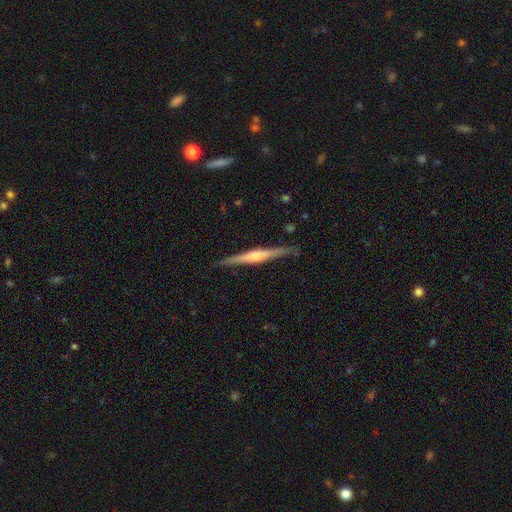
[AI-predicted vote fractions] Smooth or featured?
  - featured or disk: 75% *
  - smooth: 20%
  - star or artifact: 5%
Edge-on disk?
  - yes: 98% *
  - no: 2%
Edge-on bulge?
  - rounded: 75% *
  - boxy: 13%
  - none: 12%
Merging?
  - none: 89% *
  - minor disturbance: 8%
  - major disturbance: 2%
  - merger: 1%